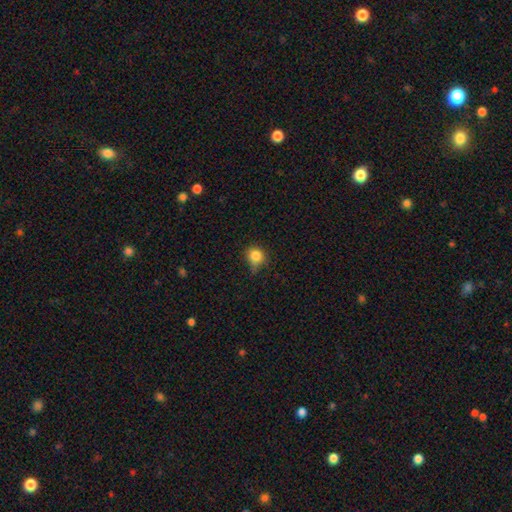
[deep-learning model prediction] Smooth or featured? Predicted: smooth (p=0.84). How rounded? Predicted: round (p=0.85). Merging? Predicted: none (p=0.65).